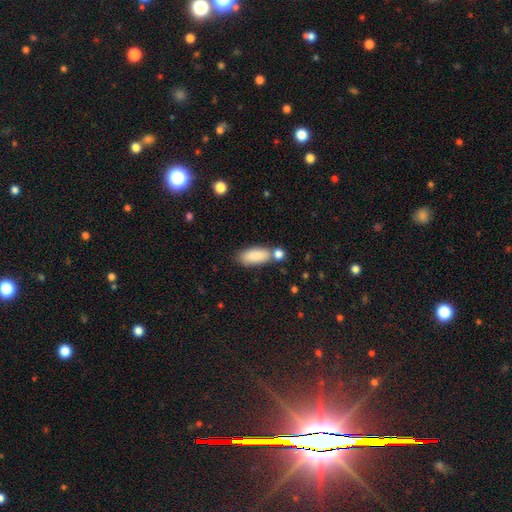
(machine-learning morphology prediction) Q: Smooth or featured?
A: smooth (88%); runner-up: star or artifact (7%)
Q: How rounded?
A: in between (83%); runner-up: cigar-shaped (15%)
Q: Merging?
A: none (60%); runner-up: merger (22%)